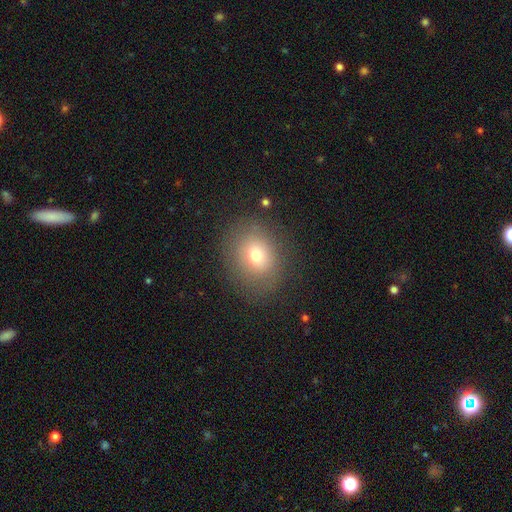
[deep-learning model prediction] smooth 71%, featured or disk 15%, star or artifact 14%. Down the decision tree: how rounded — round (64%); merging — none (81%).